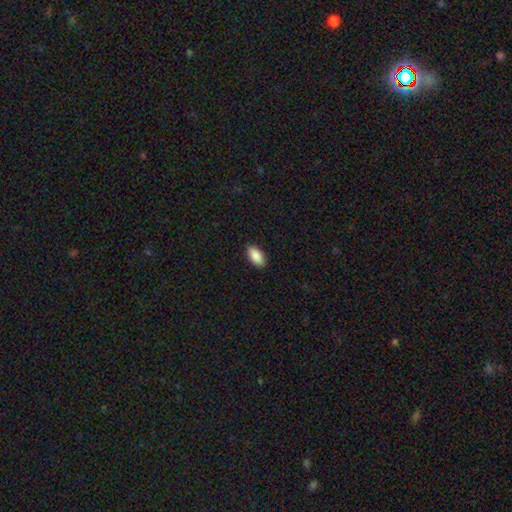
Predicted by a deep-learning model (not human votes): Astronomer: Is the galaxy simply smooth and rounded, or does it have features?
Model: smooth — 90%.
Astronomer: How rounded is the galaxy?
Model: in between — 93%.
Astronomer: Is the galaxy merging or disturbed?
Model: none — 90%.